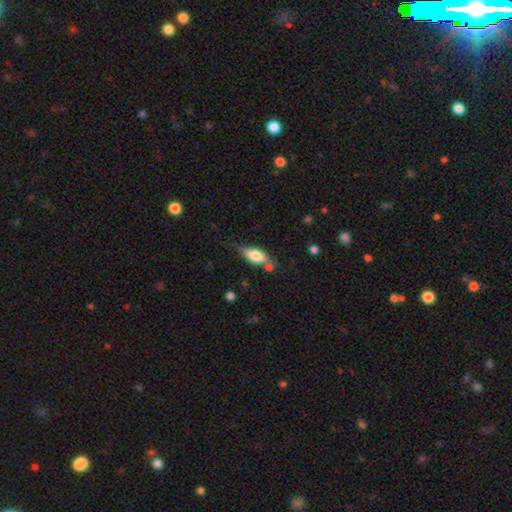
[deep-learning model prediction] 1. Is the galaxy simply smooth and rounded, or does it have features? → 70% smooth, 23% featured or disk, 7% star or artifact.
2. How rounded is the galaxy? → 80% in between, 17% cigar-shaped, 3% round.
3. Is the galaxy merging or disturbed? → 58% none, 26% minor disturbance, 10% merger, 7% major disturbance.